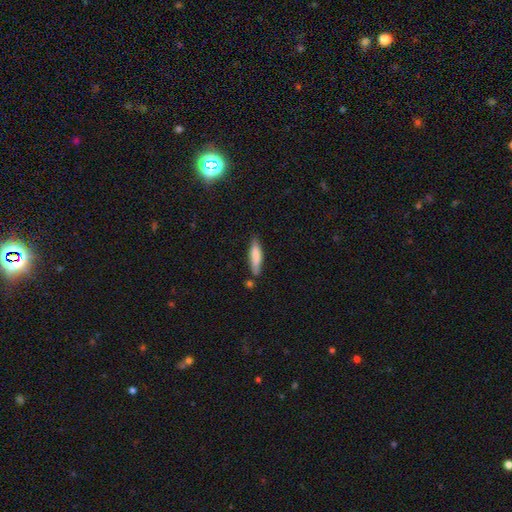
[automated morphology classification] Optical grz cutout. It shows a smooth galaxy with no disk features (76%) that is cigar-shaped (72%). Merging: none (72%).